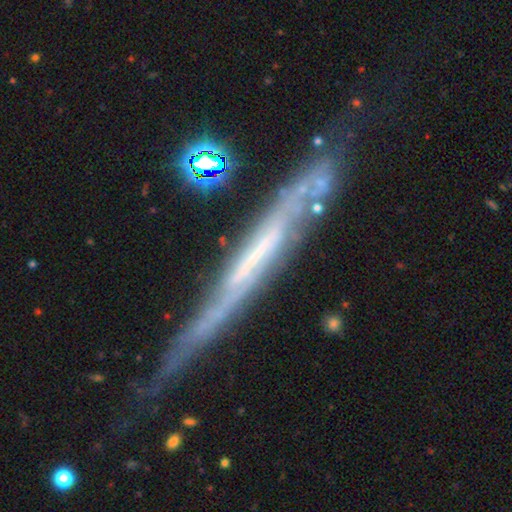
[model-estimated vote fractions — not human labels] smooth_or_featured: featured or disk (p=0.74) [alt: smooth p=0.17]
disk_edge_on: yes (p=0.87) [alt: no p=0.13]
edge_on_bulge: none (p=0.75) [alt: boxy p=0.14]
merging: none (p=0.68) [alt: minor disturbance p=0.22]